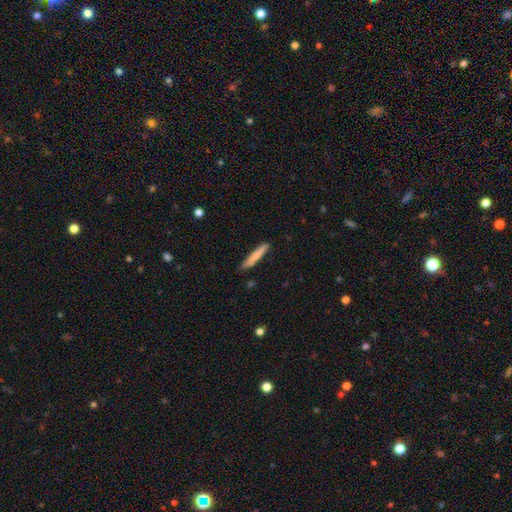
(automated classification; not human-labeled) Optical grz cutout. It shows a smooth galaxy with no disk features (70%) that is cigar-shaped (93%). Merging: none (84%).